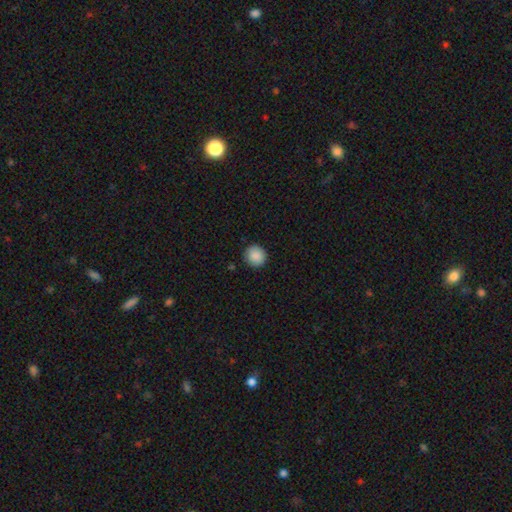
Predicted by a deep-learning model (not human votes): Q: Smooth or featured?
A: smooth (89%); runner-up: star or artifact (8%)
Q: How rounded?
A: round (89%); runner-up: in between (10%)
Q: Merging?
A: none (89%); runner-up: minor disturbance (8%)